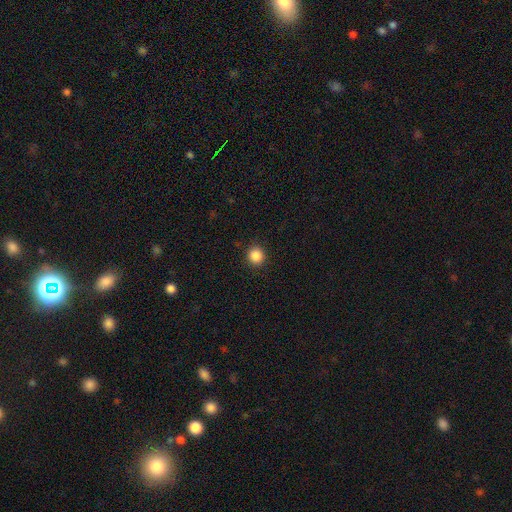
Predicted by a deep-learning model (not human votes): This is clearly a smooth galaxy (87%). How rounded: clearly round (91%). Merging: clearly none (91%).